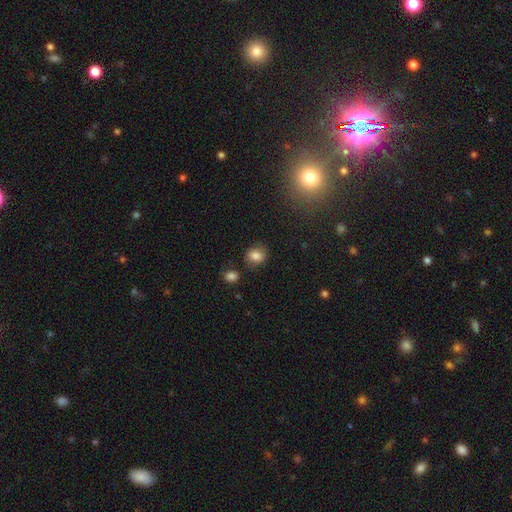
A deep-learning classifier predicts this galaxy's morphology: Q: Smooth or featured?
A: smooth (82%); runner-up: star or artifact (11%)
Q: How rounded?
A: round (55%); runner-up: in between (43%)
Q: Merging?
A: none (76%); runner-up: minor disturbance (14%)